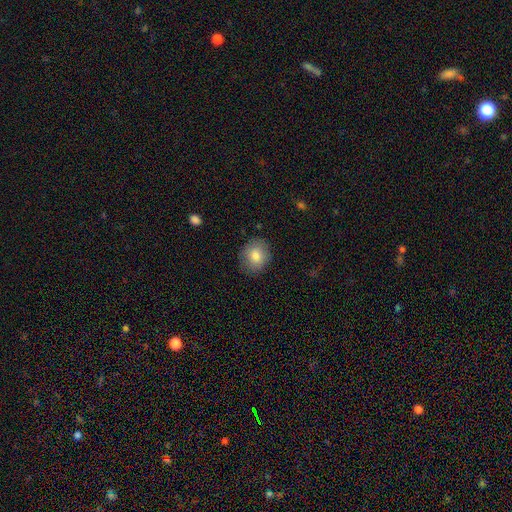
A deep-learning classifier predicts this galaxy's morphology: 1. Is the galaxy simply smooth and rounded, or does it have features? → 82% smooth, 10% featured or disk, 9% star or artifact.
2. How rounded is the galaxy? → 68% round, 31% in between, 1% cigar-shaped.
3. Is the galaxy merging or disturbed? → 86% none, 11% minor disturbance, 3% major disturbance, 1% merger.